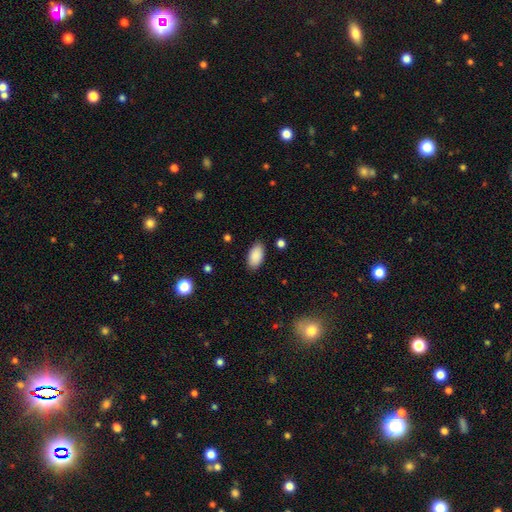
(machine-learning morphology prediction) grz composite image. It shows a smooth galaxy with no disk features (89%) that is in between round and cigar-shaped (95%). Merging: none (87%).